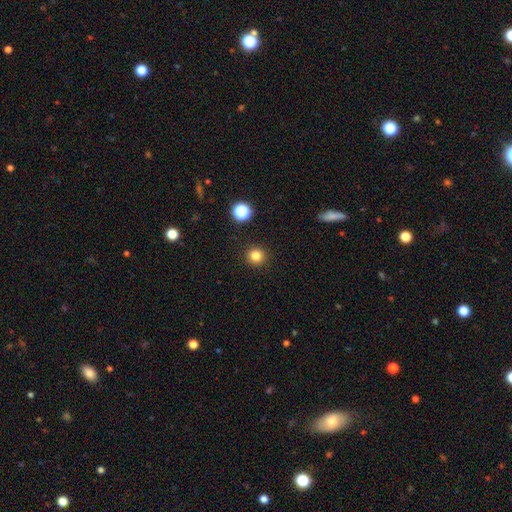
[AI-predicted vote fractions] This appears to be a smooth galaxy with no disk features (82%) that is round (93%). Merging: none (92%).